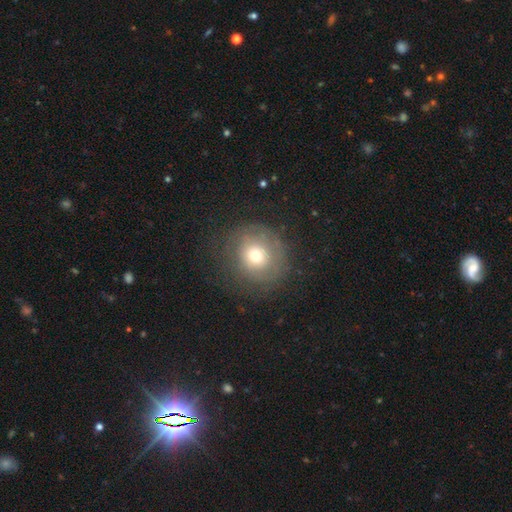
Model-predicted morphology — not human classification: A smooth galaxy with no disk features (60%) that is round (89%). Merging: none (76%).